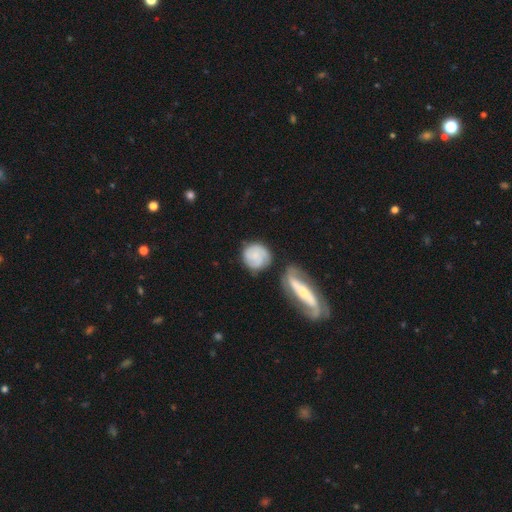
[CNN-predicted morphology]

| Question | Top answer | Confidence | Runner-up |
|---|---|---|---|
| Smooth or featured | featured or disk | 55% | smooth (39%) |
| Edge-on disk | no | 95% | yes (5%) |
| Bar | no | 71% | weak (23%) |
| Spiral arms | yes | 89% | no (11%) |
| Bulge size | small | 57% | none (22%) |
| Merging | none | 63% | minor disturbance (17%) |